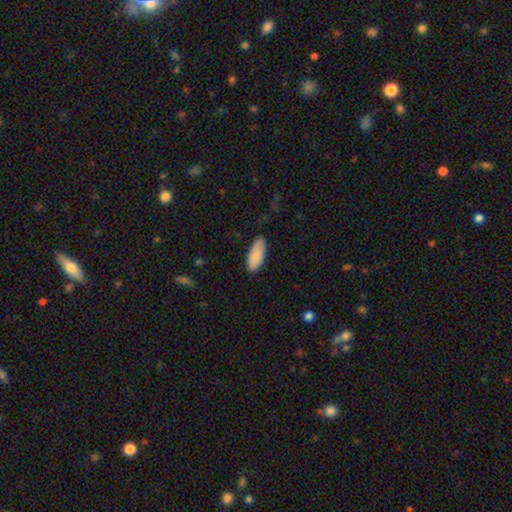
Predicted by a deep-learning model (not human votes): A smooth galaxy with no disk features (89%) that is in between round and cigar-shaped (81%). Merging: none (84%).